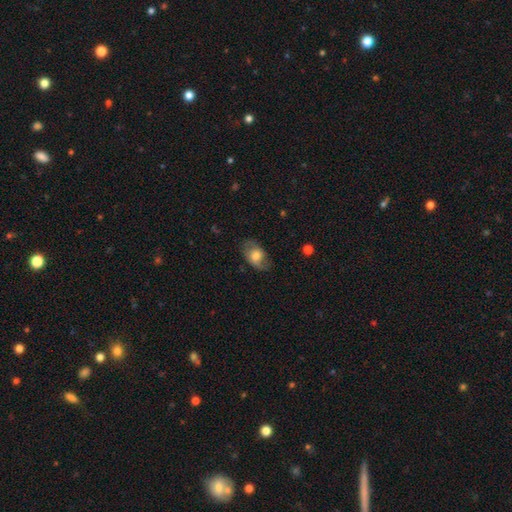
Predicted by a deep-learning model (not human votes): smooth-or-featured: smooth: 57% | featured or disk: 35% | star or artifact: 7%
  how-rounded: in between: 81% | round: 17% | cigar-shaped: 2%
  merging: none: 70% | minor disturbance: 20% | major disturbance: 9% | merger: 1%